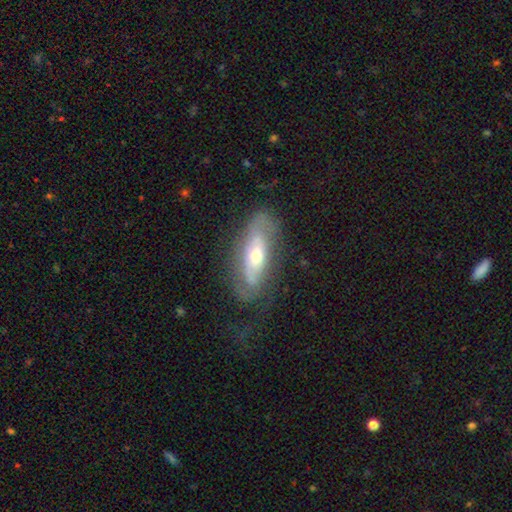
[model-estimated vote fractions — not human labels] A featured or disk galaxy (69%) with no bar (60%), spiral arms (69%) and a moderate central bulge (63%). Merging: none (61%).